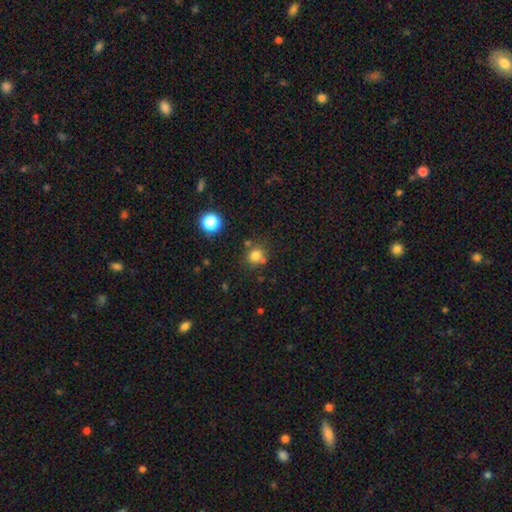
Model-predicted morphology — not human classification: smooth 76%, star or artifact 15%, featured or disk 8%. Down the decision tree: how rounded — round (83%); merging — none (67%).